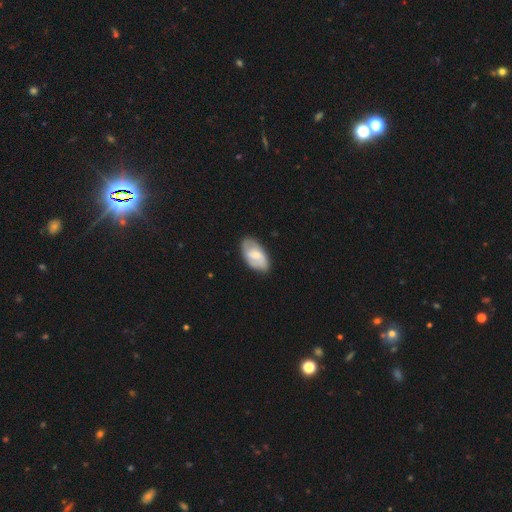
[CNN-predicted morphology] smooth_or_featured: smooth (p=0.51) [alt: featured or disk p=0.43]
how_rounded: in between (p=0.94) [alt: round p=0.04]
merging: none (p=0.78) [alt: minor disturbance p=0.17]